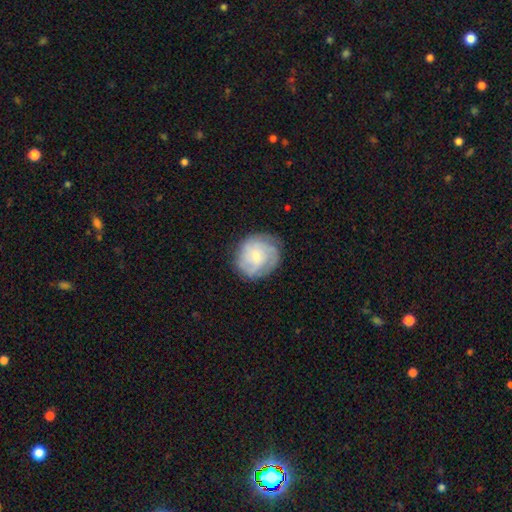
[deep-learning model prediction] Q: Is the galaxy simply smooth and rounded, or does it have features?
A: featured or disk — 59%.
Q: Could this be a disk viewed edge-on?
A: no — 97%.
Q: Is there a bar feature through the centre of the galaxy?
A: no — 64%.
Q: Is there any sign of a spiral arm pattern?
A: yes — 86%.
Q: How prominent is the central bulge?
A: small — 50%.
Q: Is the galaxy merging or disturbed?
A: none — 74%.